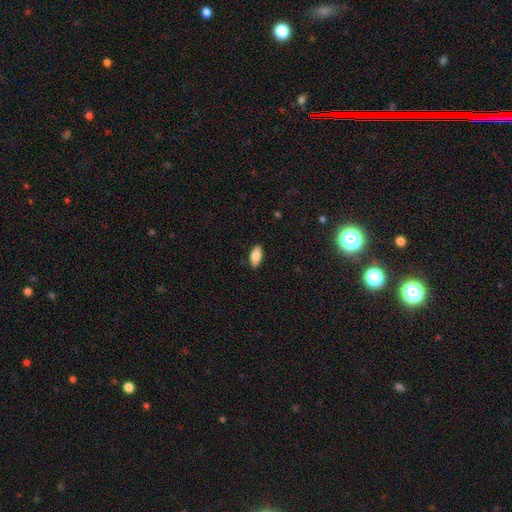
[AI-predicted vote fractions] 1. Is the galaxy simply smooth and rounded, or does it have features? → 82% smooth, 12% featured or disk, 7% star or artifact.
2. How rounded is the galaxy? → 88% in between, 10% cigar-shaped, 2% round.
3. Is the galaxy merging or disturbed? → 88% none, 9% minor disturbance, 2% major disturbance, 1% merger.